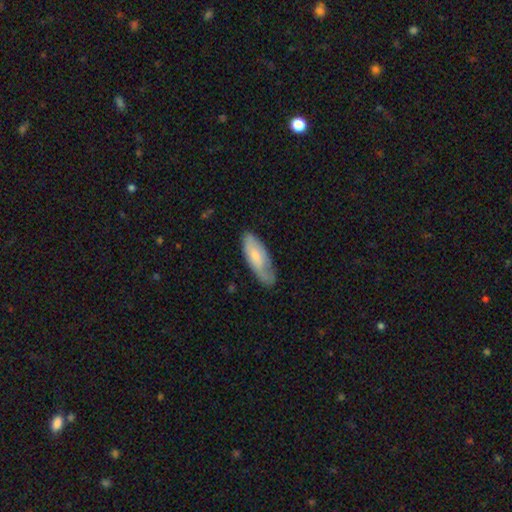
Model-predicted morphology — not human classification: This is likely a smooth galaxy (62%). How rounded: likely in between (70%). Merging: likely none (61%).